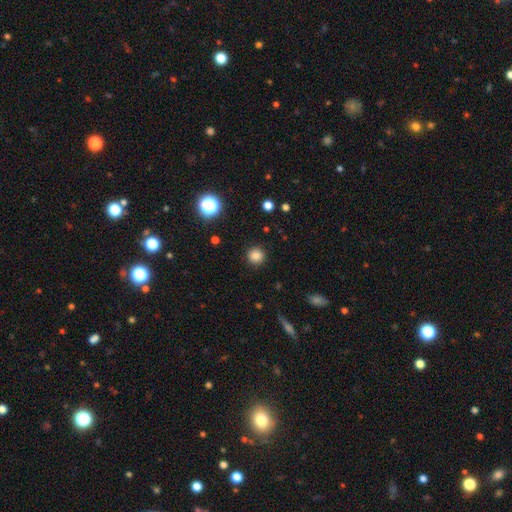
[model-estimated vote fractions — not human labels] Smooth or featured: smooth — 84% (star or artifact — 13%)
How rounded: round — 92% (in between — 7%)
Merging: none — 91% (minor disturbance — 6%)